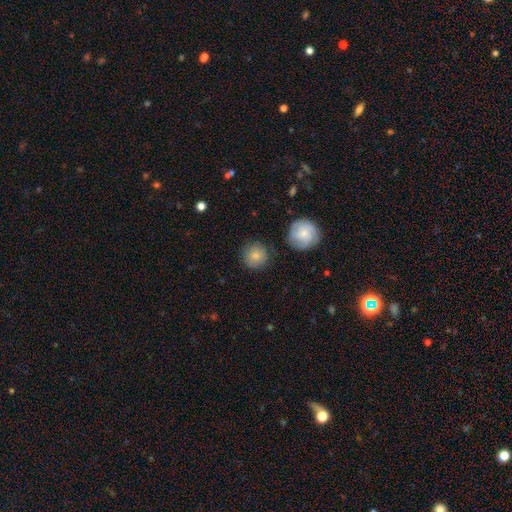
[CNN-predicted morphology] A smooth galaxy with no disk features (82%) that is round (93%). Merging: none (81%).